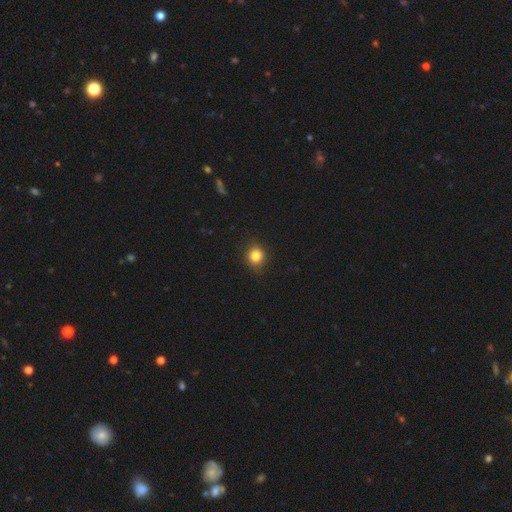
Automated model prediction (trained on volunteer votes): Smooth or featured: smooth — 84% (star or artifact — 11%)
How rounded: round — 80% (in between — 19%)
Merging: none — 86% (minor disturbance — 10%)